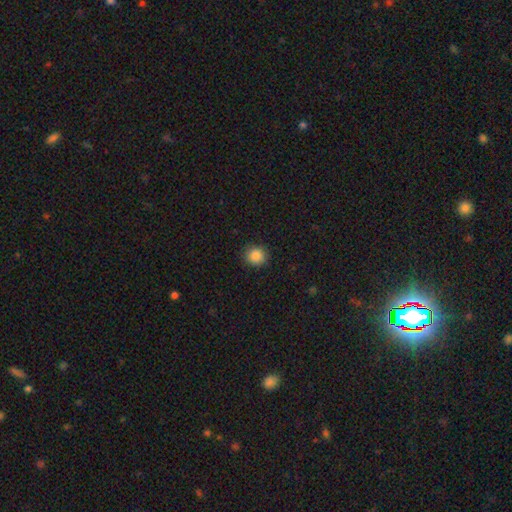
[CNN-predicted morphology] This appears to be a smooth galaxy with no disk features (87%) that is round (89%). Merging: none (89%).